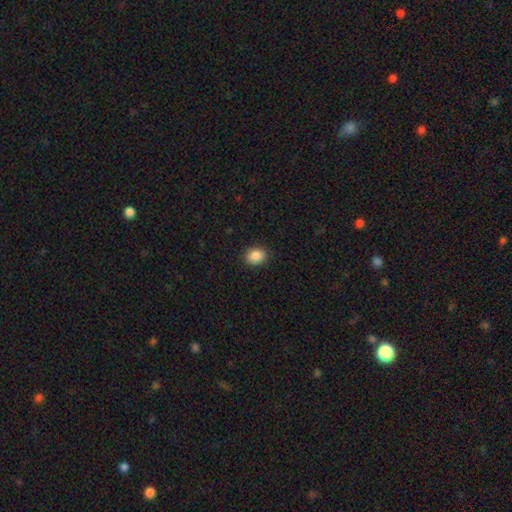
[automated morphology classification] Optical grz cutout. It shows a smooth galaxy with no disk features (87%) that is round (54%). Merging: none (89%).